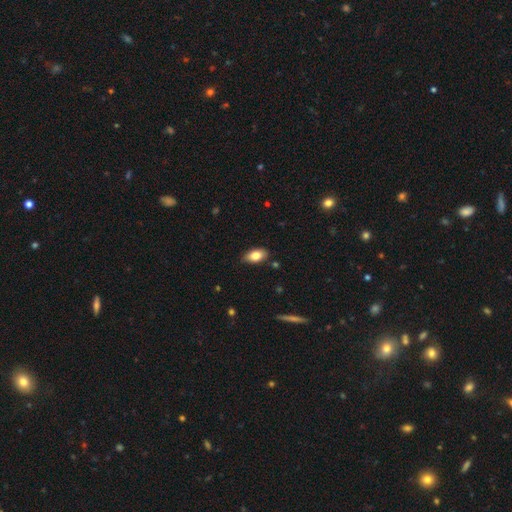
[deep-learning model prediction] Smooth or featured? Predicted: smooth (p=0.80). How rounded? Predicted: in between (p=0.91). Merging? Predicted: none (p=0.84).